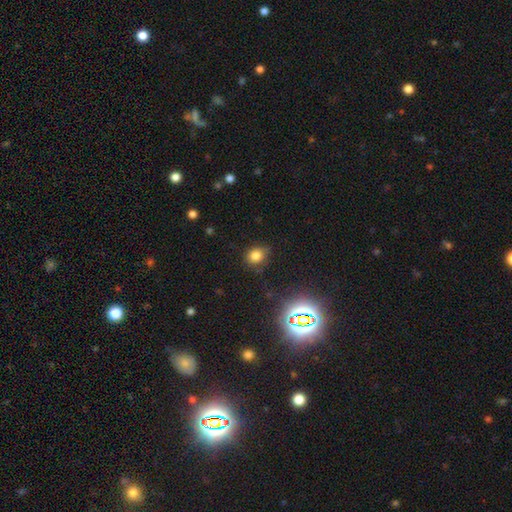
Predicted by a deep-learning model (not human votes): Q: Smooth or featured?
A: smooth (77%); runner-up: star or artifact (17%)
Q: How rounded?
A: round (68%); runner-up: in between (31%)
Q: Merging?
A: none (78%); runner-up: minor disturbance (16%)